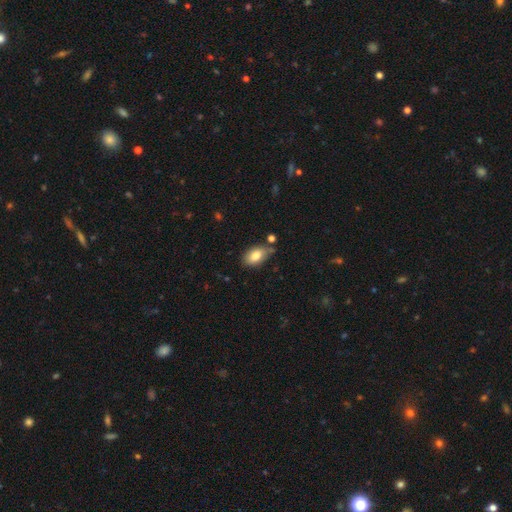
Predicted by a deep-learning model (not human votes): Smooth or featured? Predicted: smooth (p=0.80). How rounded? Predicted: in between (p=0.91). Merging? Predicted: none (p=0.67).